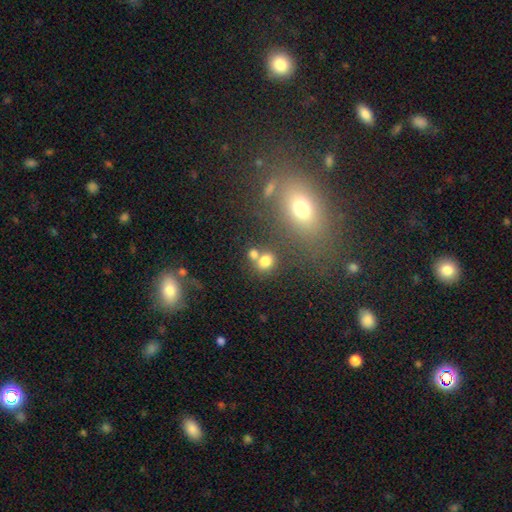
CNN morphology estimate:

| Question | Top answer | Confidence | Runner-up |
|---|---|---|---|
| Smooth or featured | smooth | 68% | star or artifact (22%) |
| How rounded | round | 67% | in between (30%) |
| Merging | none | 65% | merger (20%) |